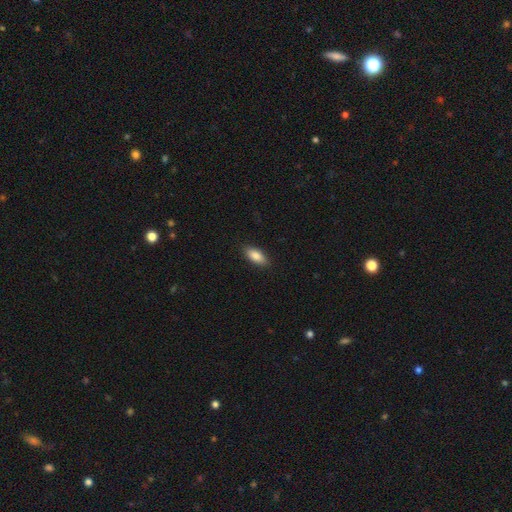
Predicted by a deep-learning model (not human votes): This appears to be a smooth galaxy with no disk features (85%) that is in between round and cigar-shaped (83%). Merging: none (88%).